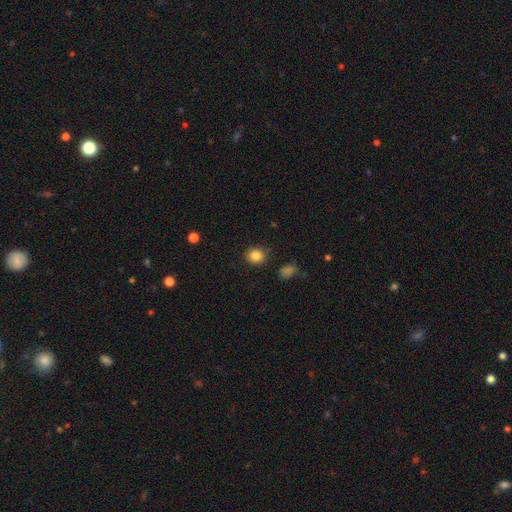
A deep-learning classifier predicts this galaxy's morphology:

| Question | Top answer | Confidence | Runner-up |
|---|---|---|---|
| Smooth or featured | smooth | 86% | star or artifact (10%) |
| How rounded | round | 77% | in between (22%) |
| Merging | none | 87% | minor disturbance (9%) |